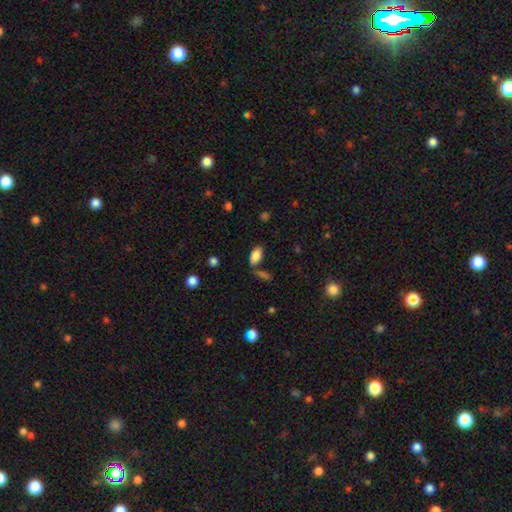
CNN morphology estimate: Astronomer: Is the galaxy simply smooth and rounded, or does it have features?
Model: smooth — 85%.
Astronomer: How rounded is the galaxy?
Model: in between — 93%.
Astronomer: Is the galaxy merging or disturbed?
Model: none — 68%.